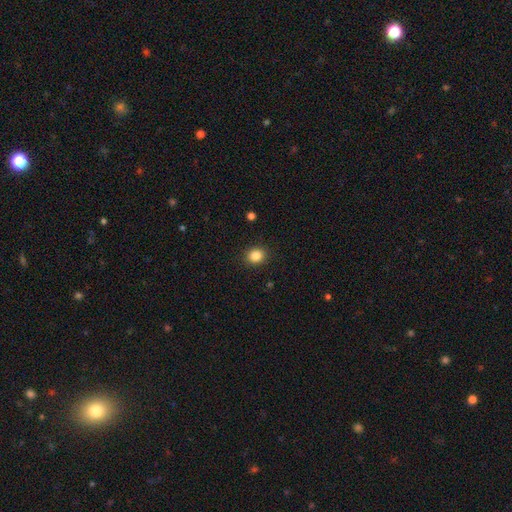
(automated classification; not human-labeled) This appears to be a smooth galaxy with no disk features (86%) that is round (71%). Merging: none (90%).